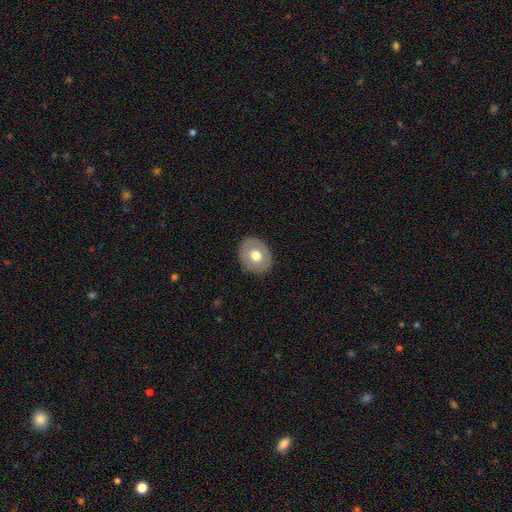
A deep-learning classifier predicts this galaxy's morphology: smooth_or_featured: smooth (p=0.61) [alt: featured or disk p=0.32]
how_rounded: round (p=0.61) [alt: in between p=0.38]
merging: none (p=0.86) [alt: minor disturbance p=0.10]